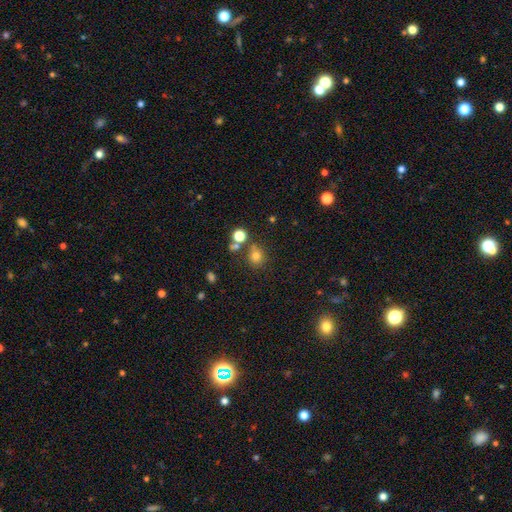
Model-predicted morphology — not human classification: Smooth or featured? Predicted: smooth (p=0.73). How rounded? Predicted: round (p=0.81). Merging? Predicted: none (p=0.69).